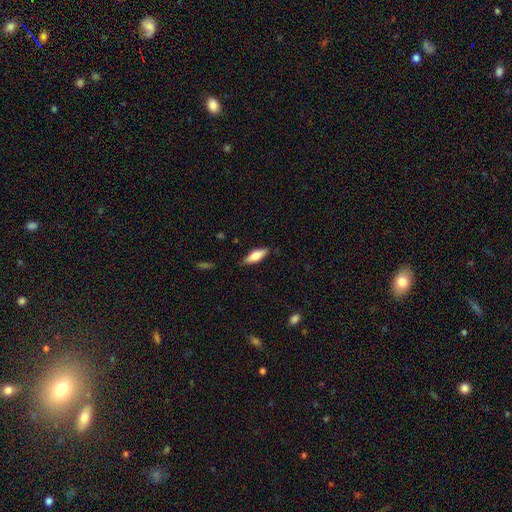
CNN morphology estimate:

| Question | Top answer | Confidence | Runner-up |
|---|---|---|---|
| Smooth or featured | smooth | 61% | featured or disk (33%) |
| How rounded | in between | 57% | cigar-shaped (41%) |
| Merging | none | 84% | minor disturbance (12%) |